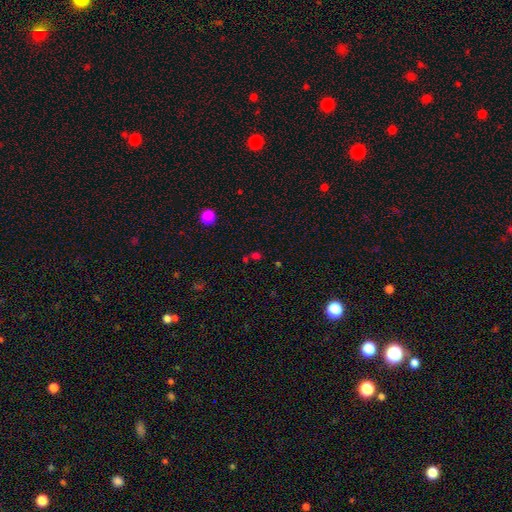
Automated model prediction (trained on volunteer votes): Smooth or featured: smooth — 51% (star or artifact — 43%)
How rounded: round — 69% (in between — 29%)
Merging: none — 72% (merger — 13%)